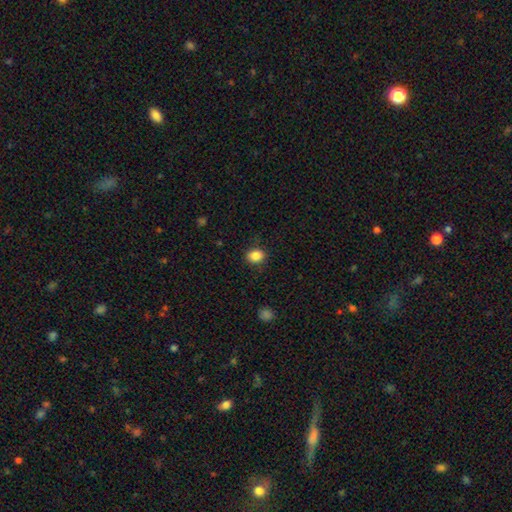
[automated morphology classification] A smooth galaxy with no disk features (85%) that is round (60%).

Vote fractions:
- Smooth or featured? smooth: 85% / star or artifact: 10% / featured or disk: 5%
- How rounded? round: 60% / in between: 39% / cigar-shaped: 1%
- Merging? none: 86% / minor disturbance: 10% / major disturbance: 3% / merger: 1%